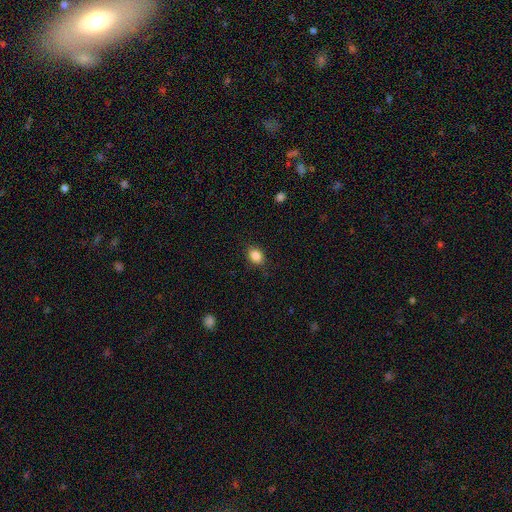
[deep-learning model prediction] Smooth or featured? smooth (87%)
How rounded? in between (64%)
Merging? none (85%)